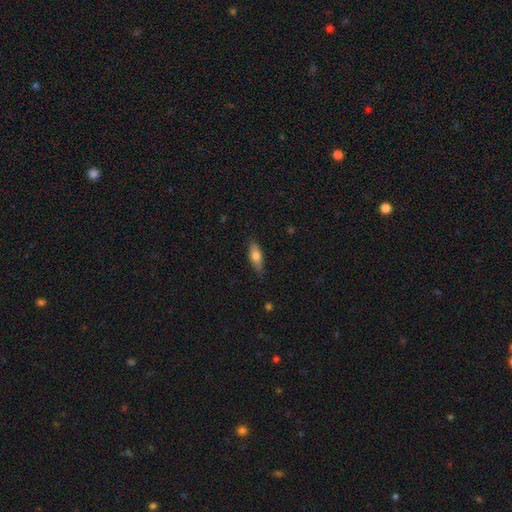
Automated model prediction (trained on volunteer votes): Smooth or featured? smooth (67%)
How rounded? in between (57%)
Merging? none (83%)